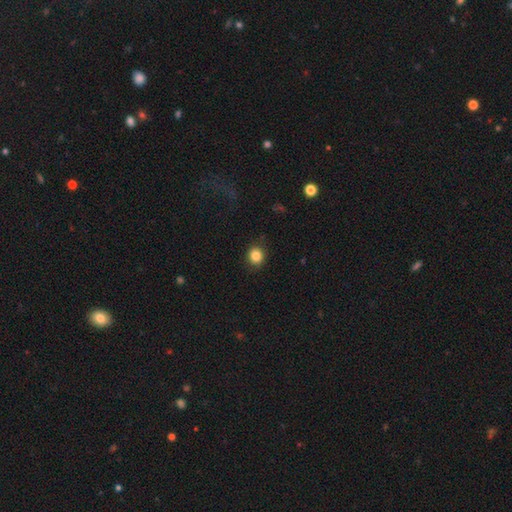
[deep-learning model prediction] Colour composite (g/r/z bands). It shows a smooth galaxy with no disk features (85%) that is round (82%). Merging: none (88%).